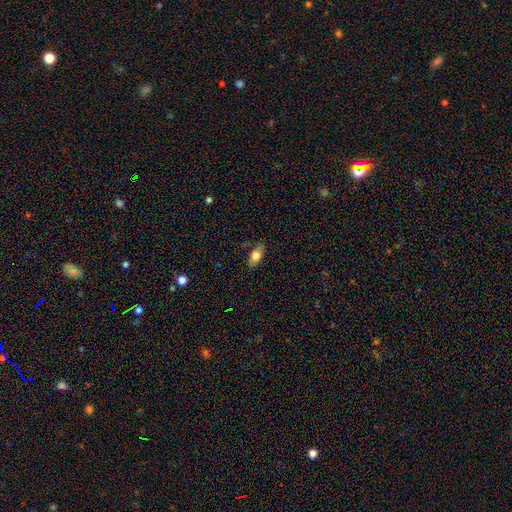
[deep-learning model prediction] A smooth galaxy with no disk features (74%) that is in between round and cigar-shaped (84%).

Vote fractions:
- Smooth or featured? smooth: 74% / featured or disk: 18% / star or artifact: 8%
- How rounded? in between: 84% / cigar-shaped: 10% / round: 6%
- Merging? none: 79% / minor disturbance: 16% / major disturbance: 3% / merger: 1%